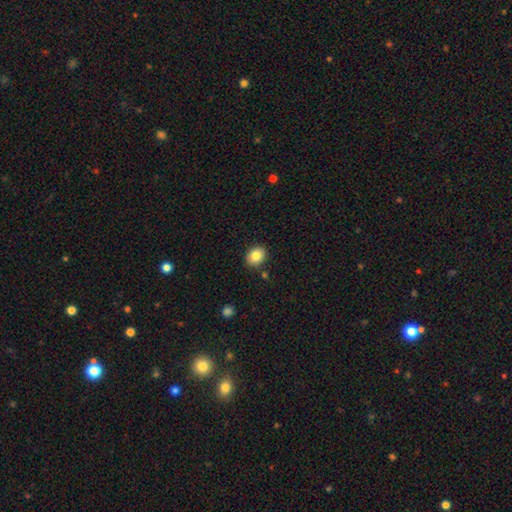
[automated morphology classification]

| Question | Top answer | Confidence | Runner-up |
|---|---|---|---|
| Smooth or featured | smooth | 83% | star or artifact (9%) |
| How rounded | round | 51% | in between (48%) |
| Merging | none | 87% | minor disturbance (9%) |